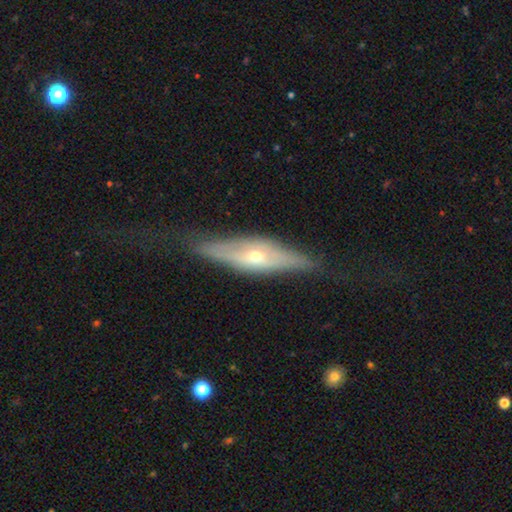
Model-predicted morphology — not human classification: Smooth or featured: featured or disk — 66% (smooth — 27%)
Edge-on disk: yes — 76% (no — 24%)
Edge-on bulge: rounded — 86% (none — 8%)
Merging: none — 62% (minor disturbance — 22%)